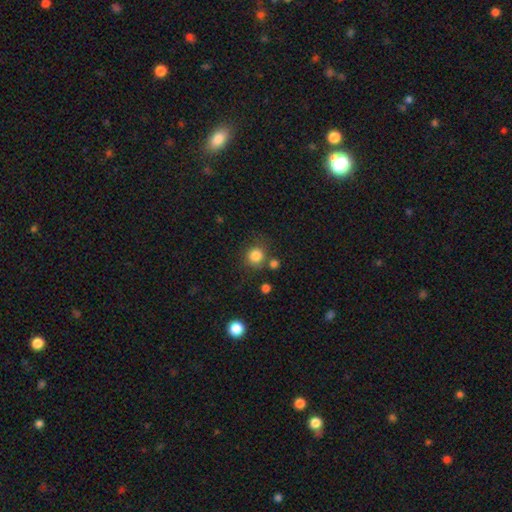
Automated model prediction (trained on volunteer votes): This appears to be a smooth galaxy with no disk features (84%) that is round (90%). Merging: none (74%).